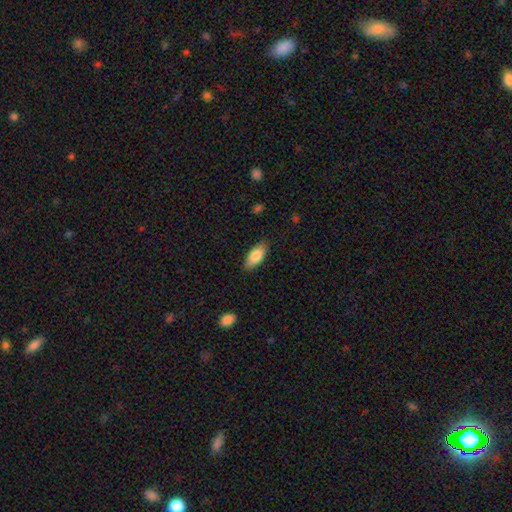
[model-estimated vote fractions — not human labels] A smooth galaxy with no disk features (84%) that is in between round and cigar-shaped (86%).

Vote fractions:
- Smooth or featured? smooth: 84% / featured or disk: 10% / star or artifact: 6%
- How rounded? in between: 86% / cigar-shaped: 12% / round: 2%
- Merging? none: 86% / minor disturbance: 11% / major disturbance: 2% / merger: 1%